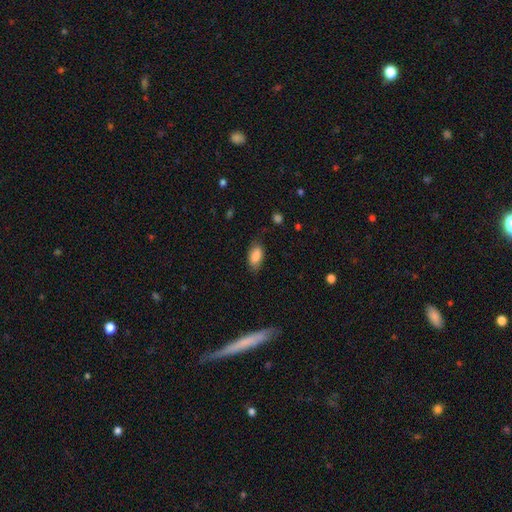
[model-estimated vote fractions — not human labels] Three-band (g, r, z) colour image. It shows a smooth galaxy with no disk features (83%) that is in between round and cigar-shaped (92%). Merging: none (74%).